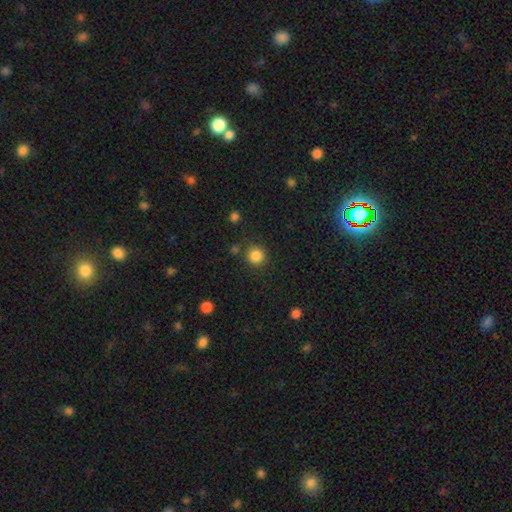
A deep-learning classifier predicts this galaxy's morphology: type=smooth (85%); roundness=round (94%); merging=none (85%).